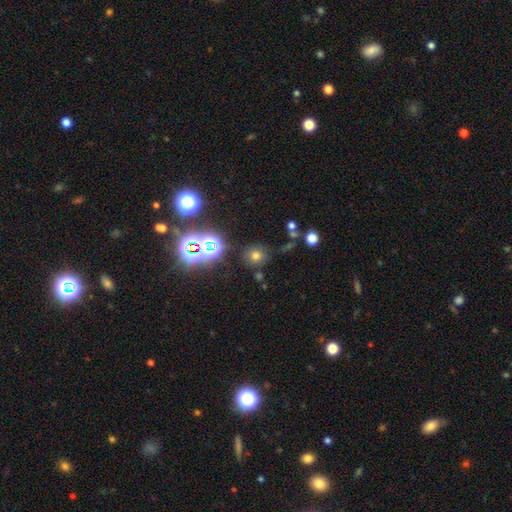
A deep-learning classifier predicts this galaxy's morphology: type=smooth (64%); roundness=round (87%); merging=none (81%).